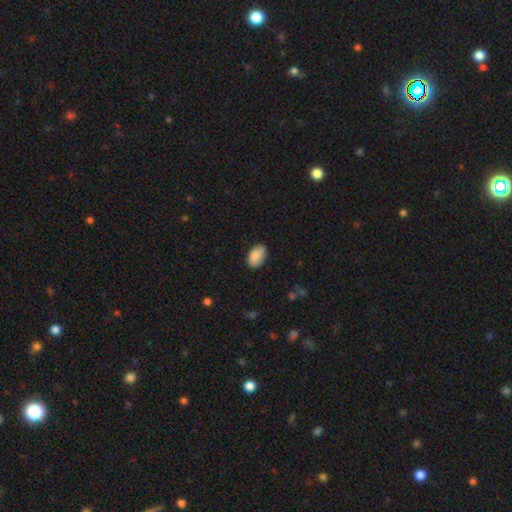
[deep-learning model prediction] Overall: smooth (88%). How rounded: in between (93%). Merging: none (82%).